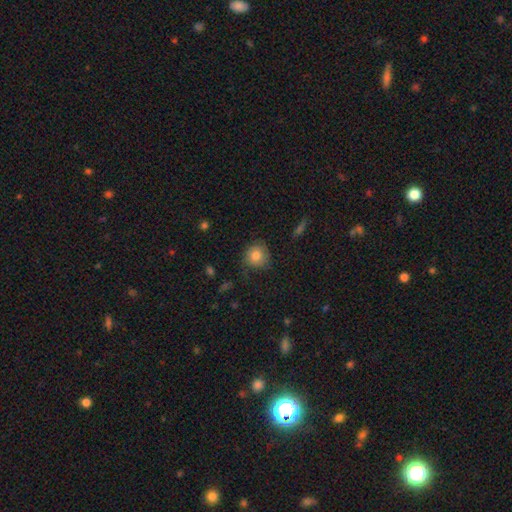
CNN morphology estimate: Overall: smooth (81%). How rounded: round (88%). Merging: none (70%).